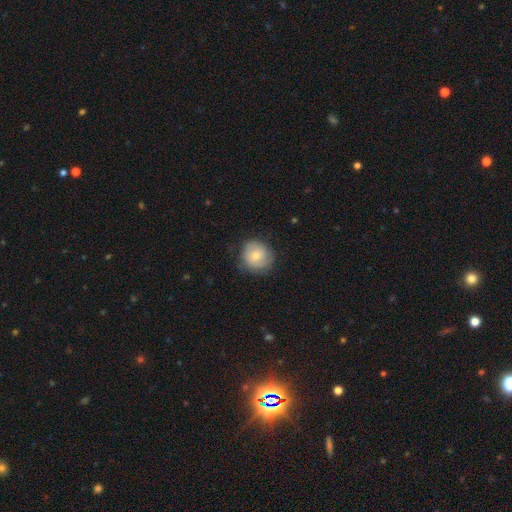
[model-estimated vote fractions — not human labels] A smooth galaxy with no disk features (67%) that is round (88%). Merging: none (78%).